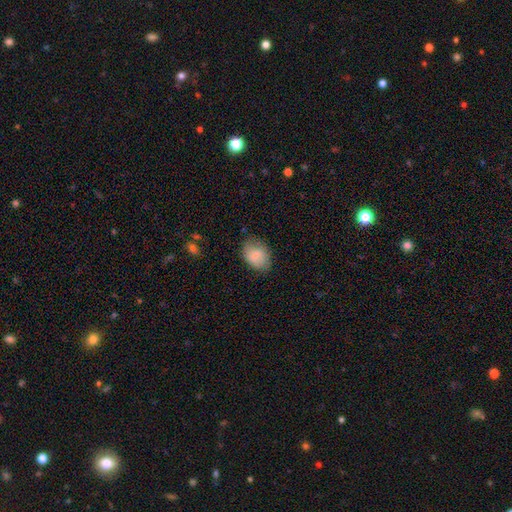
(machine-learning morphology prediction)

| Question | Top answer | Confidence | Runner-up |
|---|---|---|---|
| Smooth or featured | smooth | 77% | featured or disk (16%) |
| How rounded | in between | 74% | round (24%) |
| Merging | none | 71% | minor disturbance (22%) |